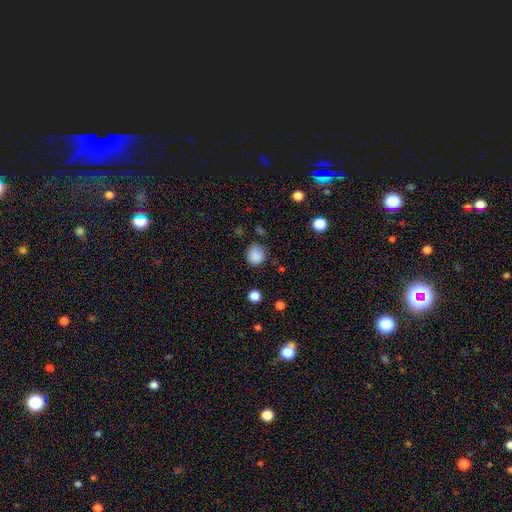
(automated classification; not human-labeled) A smooth galaxy with no disk features (86%) that is round (83%).

Vote fractions:
- Smooth or featured? smooth: 86% / star or artifact: 10% / featured or disk: 4%
- How rounded? round: 83% / in between: 16% / cigar-shaped: 1%
- Merging? none: 77% / minor disturbance: 16% / major disturbance: 4% / merger: 3%